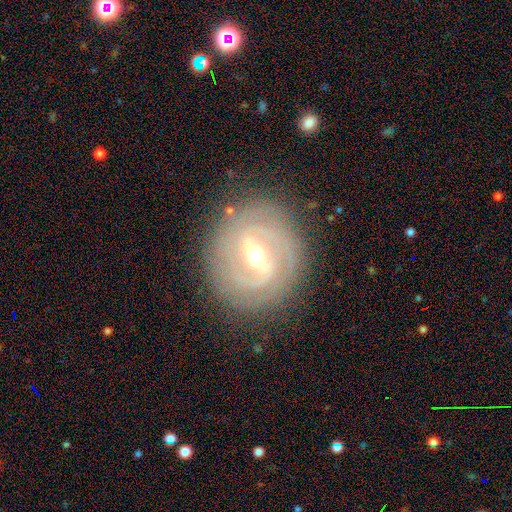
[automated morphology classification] featured or disk 87%, smooth 8%, star or artifact 5%. Down the decision tree: edge-on disk — no (97%); bar — weak (47%); spiral arms — yes (95%); spiral arm count — 2 (48%); spiral winding — tight (70%); bulge size — moderate (59%); merging — none (84%).